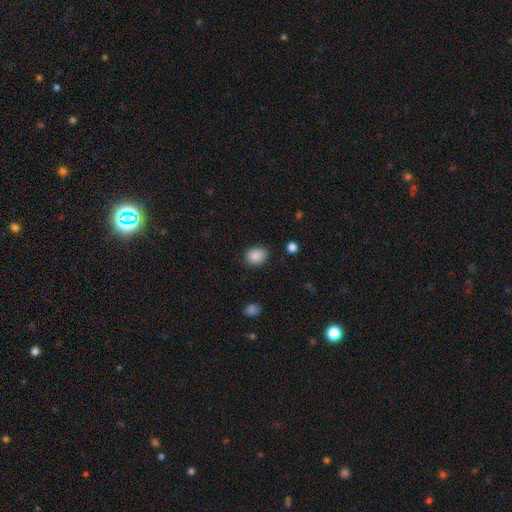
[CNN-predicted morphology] Smooth or featured? Predicted: smooth (p=0.88). How rounded? Predicted: in between (p=0.55). Merging? Predicted: none (p=0.82).